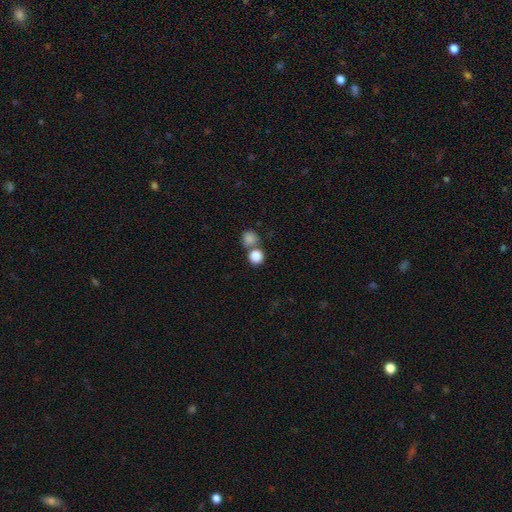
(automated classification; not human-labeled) This appears to be a smooth galaxy with no disk features (85%) that is round (87%). Merging: none (51%).